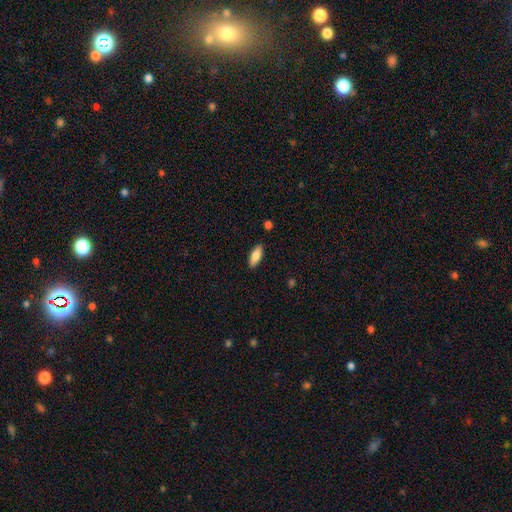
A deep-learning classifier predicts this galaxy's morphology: A smooth galaxy with no disk features (82%) that is in between round and cigar-shaped (74%). Merging: none (87%).